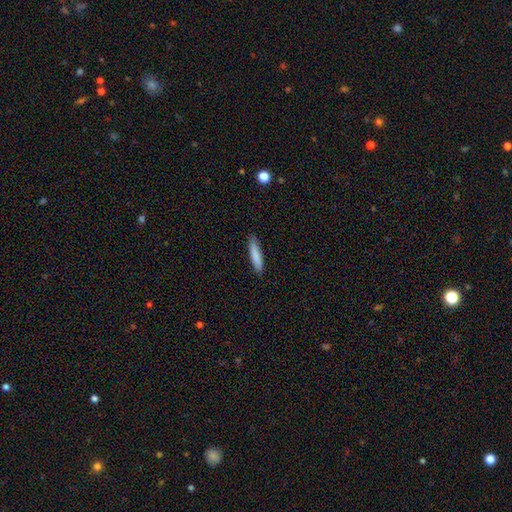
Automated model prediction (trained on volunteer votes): smooth 85%, featured or disk 9%, star or artifact 6%. Down the decision tree: how rounded — cigar-shaped (84%); merging — none (88%).